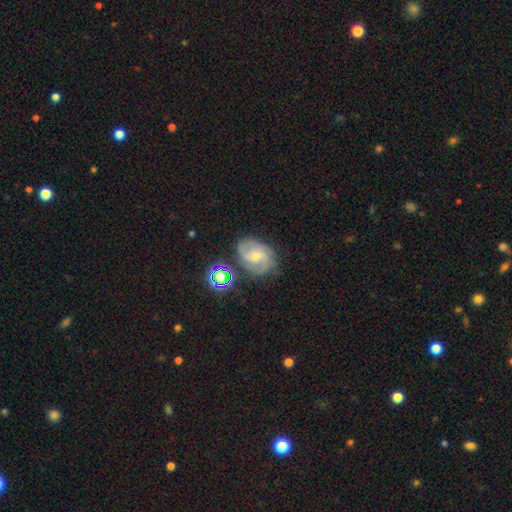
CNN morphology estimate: Smooth or featured?
  - featured or disk: 74% *
  - smooth: 17%
  - star or artifact: 9%
Edge-on disk?
  - no: 97% *
  - yes: 3%
Bar?
  - no: 47% *
  - weak: 44%
  - strong: 8%
Spiral arms?
  - yes: 94% *
  - no: 6%
Spiral winding?
  - medium: 50% *
  - tight: 32%
  - loose: 18%
Spiral arm count?
  - 2: 63% *
  - can't tell: 15%
  - 3: 13%
  - 1: 3%
  - 4: 3%
  - more than 4: 2%
Bulge size?
  - small: 61% *
  - moderate: 34%
  - none: 2%
  - large: 1%
  - dominant: 1%
Merging?
  - none: 69% *
  - minor disturbance: 19%
  - major disturbance: 7%
  - merger: 5%